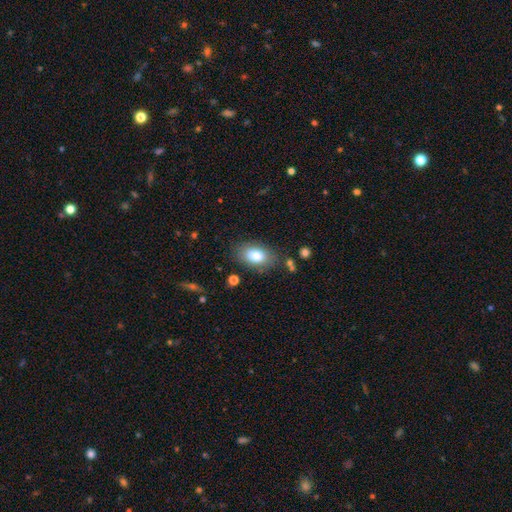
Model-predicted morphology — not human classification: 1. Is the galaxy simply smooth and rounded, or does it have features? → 82% smooth, 11% featured or disk, 8% star or artifact.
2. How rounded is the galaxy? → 90% in between, 8% round, 2% cigar-shaped.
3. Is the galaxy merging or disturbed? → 80% none, 13% minor disturbance, 4% major disturbance, 3% merger.